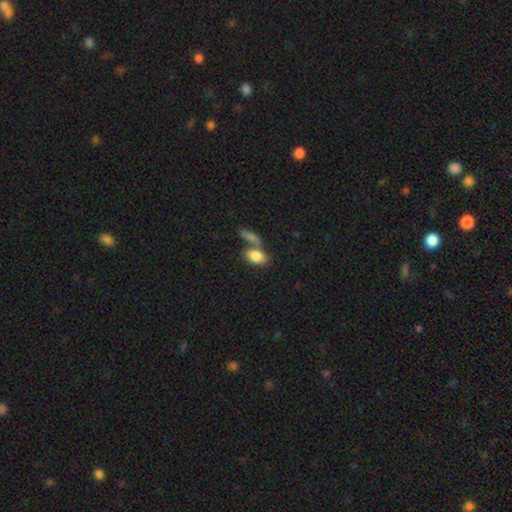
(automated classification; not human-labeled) smooth-or-featured: smooth: 83% | featured or disk: 10% | star or artifact: 7%
  how-rounded: in between: 89% | round: 8% | cigar-shaped: 4%
  merging: merger: 46% | none: 38% | minor disturbance: 10% | major disturbance: 6%